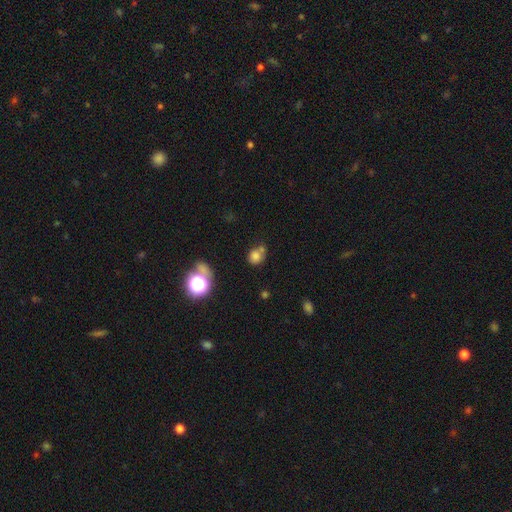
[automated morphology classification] type=smooth (75%); roundness=round (71%); merging=none (49%).